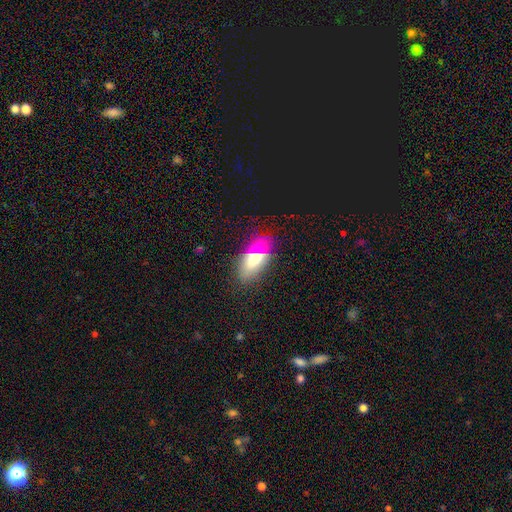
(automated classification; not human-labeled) Smooth or featured? Predicted: smooth (p=0.66). How rounded? Predicted: in between (p=0.80). Merging? Predicted: none (p=0.80).